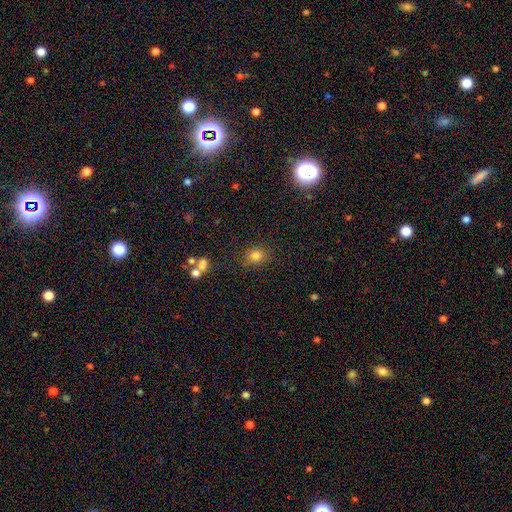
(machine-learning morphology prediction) Smooth or featured? smooth (80%)
How rounded? round (63%)
Merging? none (79%)